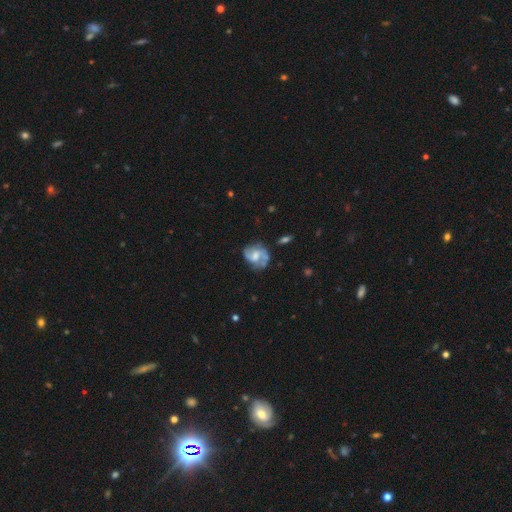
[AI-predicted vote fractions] Smooth or featured? featured or disk (71%)
Edge-on disk? no (98%)
Bar? no (48%)
Spiral arms? yes (88%)
Spiral winding? medium (46%)
Spiral arm count? 2 (71%)
Bulge size? moderate (48%)
Merging? none (58%)